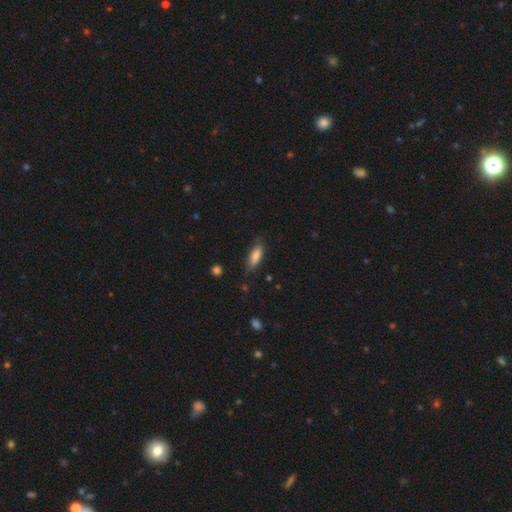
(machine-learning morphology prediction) This appears to be a smooth galaxy with no disk features (78%) that is in between round and cigar-shaped (65%). Merging: none (72%).